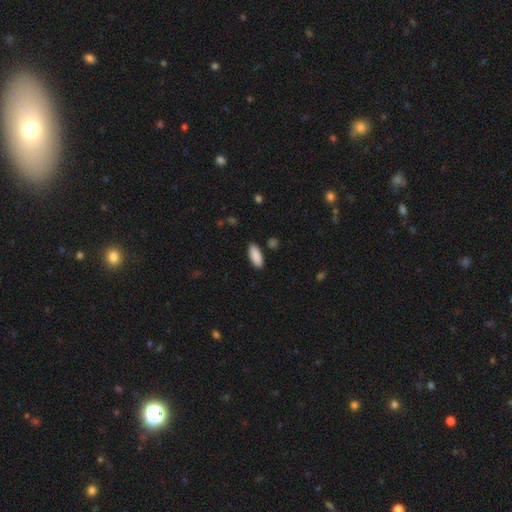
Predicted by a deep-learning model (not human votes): This is clearly a smooth galaxy (90%). How rounded: clearly in between (80%). Merging: clearly none (88%).